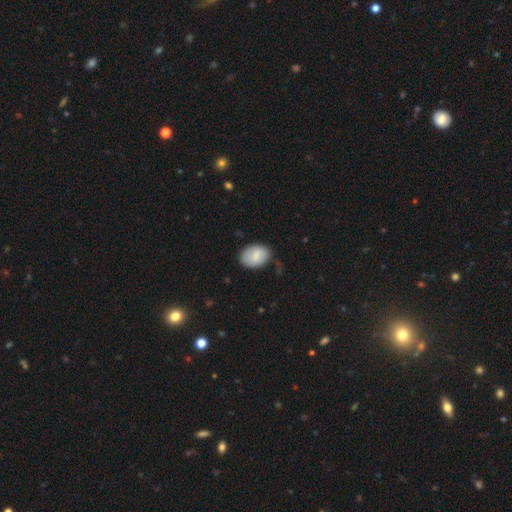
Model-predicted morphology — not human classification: The model was most divided on "merging": none: 73%, minor disturbance: 21%, major disturbance: 4%, merger: 2%. More confident: how rounded — in between (81%); smooth or featured — smooth (79%).